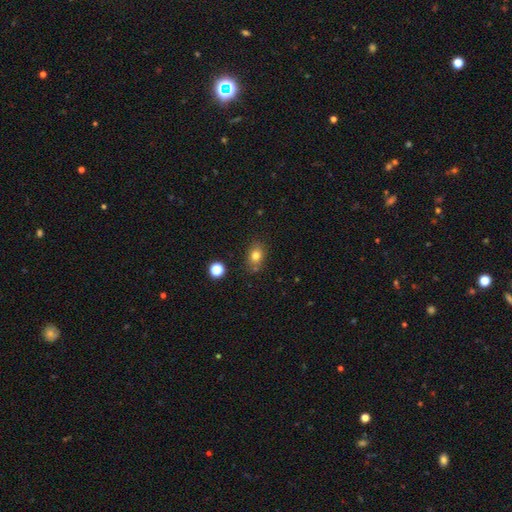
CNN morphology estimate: Q: Smooth or featured?
A: smooth (79%); runner-up: star or artifact (12%)
Q: How rounded?
A: in between (59%); runner-up: round (40%)
Q: Merging?
A: none (76%); runner-up: minor disturbance (15%)